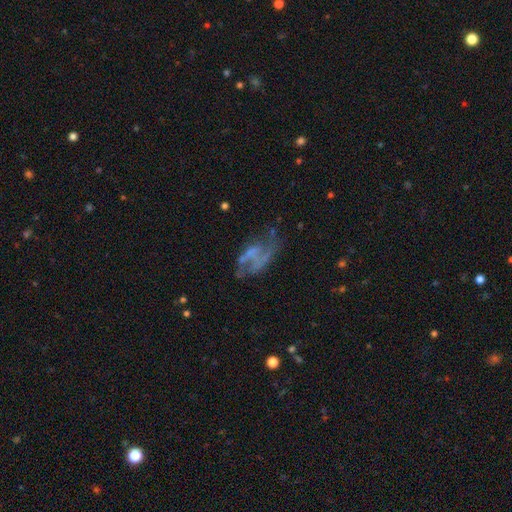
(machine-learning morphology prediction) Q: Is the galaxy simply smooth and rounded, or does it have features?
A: featured or disk — 64%.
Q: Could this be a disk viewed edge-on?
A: no — 96%.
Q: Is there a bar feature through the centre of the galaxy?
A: no — 69%.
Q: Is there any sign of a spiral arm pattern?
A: no — 54%.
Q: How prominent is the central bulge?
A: none — 74%.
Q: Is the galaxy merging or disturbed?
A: major disturbance — 37%.